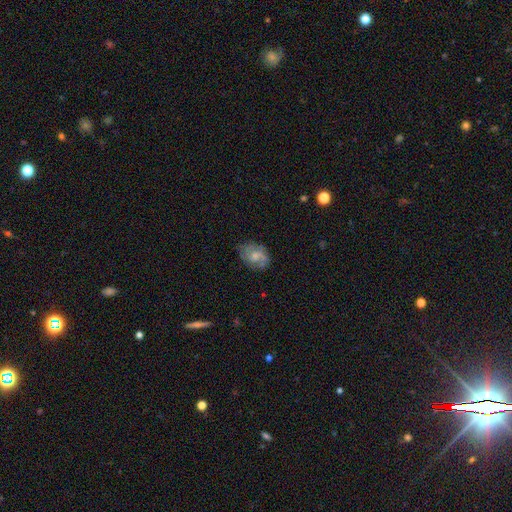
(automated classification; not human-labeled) Smooth or featured: featured or disk — 54% (smooth — 38%)
Edge-on disk: no — 96% (yes — 4%)
Bar: no — 67% (weak — 30%)
Spiral arms: yes — 80% (no — 20%)
Bulge size: moderate — 44% (small — 38%)
Merging: none — 68% (minor disturbance — 22%)